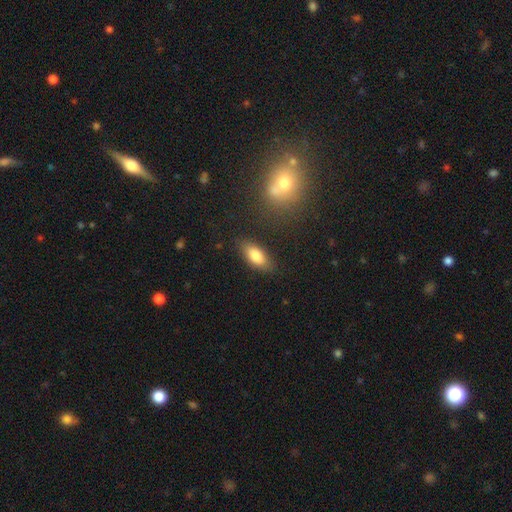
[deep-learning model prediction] Smooth or featured? Predicted: smooth (p=0.82). How rounded? Predicted: in between (p=0.83). Merging? Predicted: none (p=0.82).